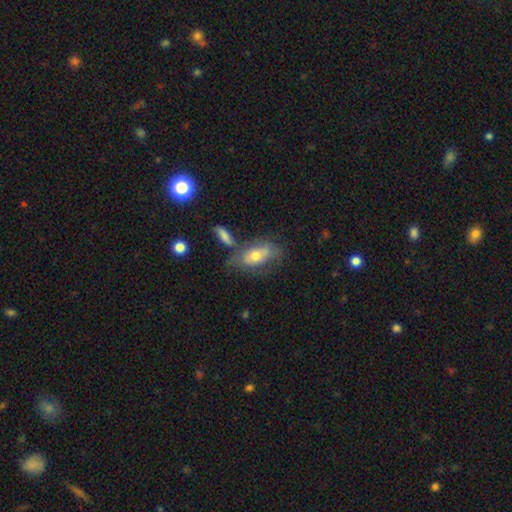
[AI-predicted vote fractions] A smooth galaxy with no disk features (56%) that is in between round and cigar-shaped (86%). Merging: none (42%).